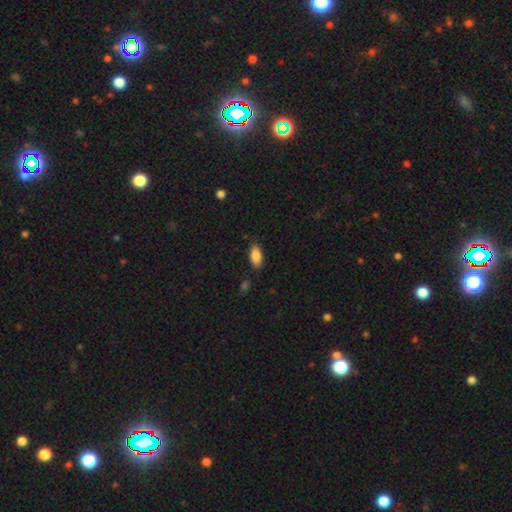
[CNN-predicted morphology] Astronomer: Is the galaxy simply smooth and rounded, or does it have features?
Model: smooth — 86%.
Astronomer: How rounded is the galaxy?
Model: in between — 89%.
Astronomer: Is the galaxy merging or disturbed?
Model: none — 83%.